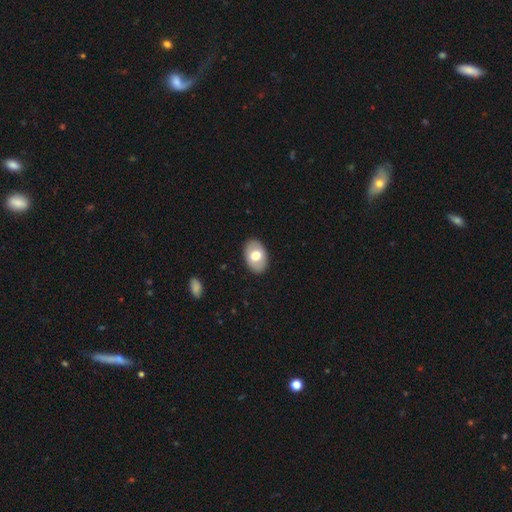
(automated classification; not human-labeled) This appears to be a smooth galaxy with no disk features (67%) that is in between round and cigar-shaped (87%). Merging: none (88%).